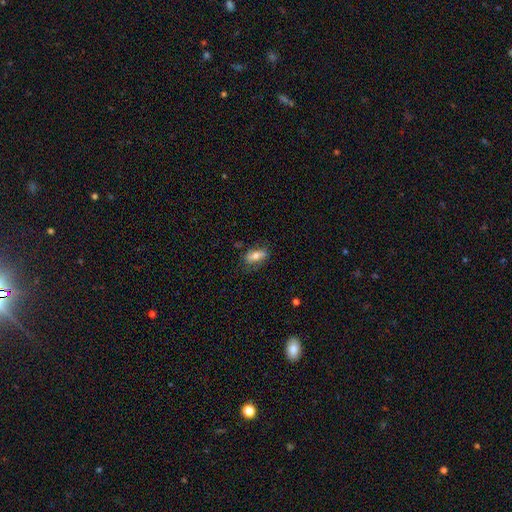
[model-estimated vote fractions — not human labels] A smooth galaxy with no disk features (65%) that is in between round and cigar-shaped (81%).

Vote fractions:
- Smooth or featured? smooth: 65% / featured or disk: 27% / star or artifact: 7%
- How rounded? in between: 81% / cigar-shaped: 14% / round: 5%
- Merging? none: 72% / minor disturbance: 20% / major disturbance: 6% / merger: 2%